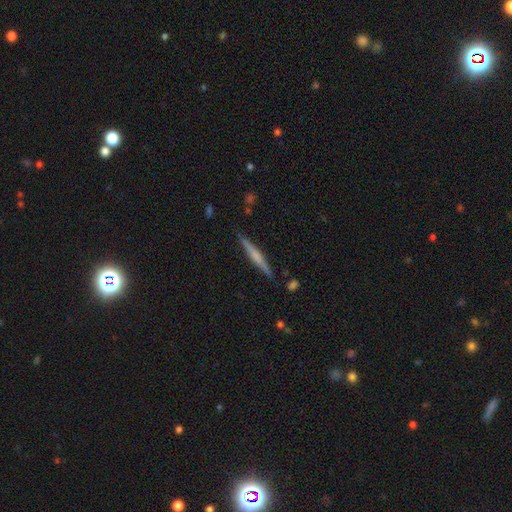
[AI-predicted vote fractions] Smooth or featured: featured or disk — 56% (smooth — 38%)
Edge-on disk: yes — 98% (no — 2%)
Edge-on bulge: rounded — 45% (none — 38%)
Merging: none — 90% (minor disturbance — 7%)